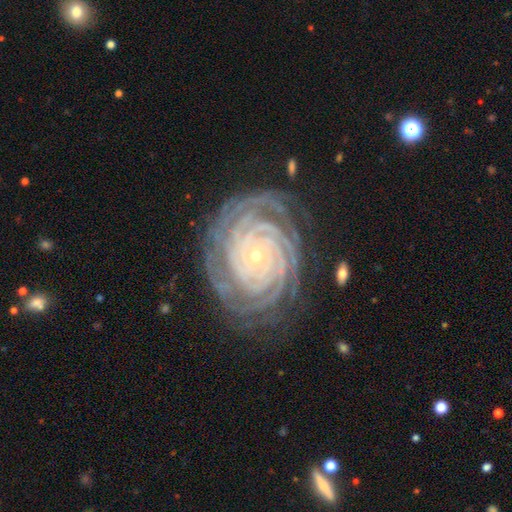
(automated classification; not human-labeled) featured or disk 92%, star or artifact 5%, smooth 3%. Down the decision tree: edge-on disk — no (97%); bar — no (77%); spiral arms — yes (99%); spiral arm count — more than 4 (30%); spiral winding — tight (90%); bulge size — small (88%); merging — none (81%).